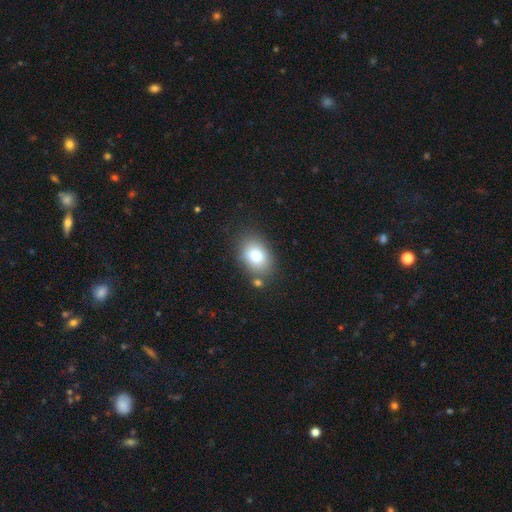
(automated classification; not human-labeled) Smooth or featured: smooth — 78% (featured or disk — 12%)
How rounded: in between — 71% (round — 27%)
Merging: none — 77% (minor disturbance — 13%)